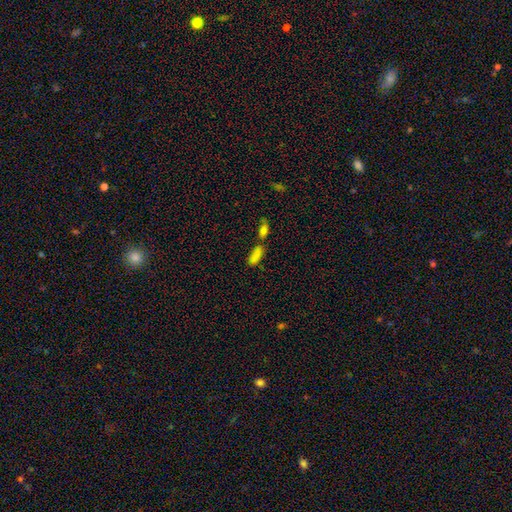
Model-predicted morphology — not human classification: smooth-or-featured: smooth: 80% | star or artifact: 13% | featured or disk: 7%
  how-rounded: in between: 61% | cigar-shaped: 35% | round: 4%
  merging: none: 46% | merger: 36% | minor disturbance: 12% | major disturbance: 5%